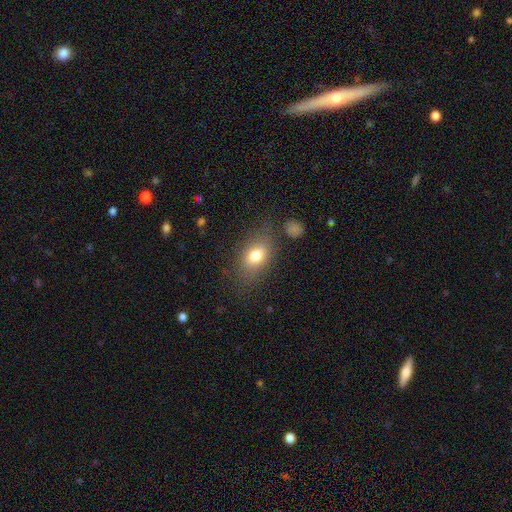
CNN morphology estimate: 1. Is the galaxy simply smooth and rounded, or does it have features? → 76% smooth, 14% featured or disk, 10% star or artifact.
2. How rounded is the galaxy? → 80% in between, 17% round, 3% cigar-shaped.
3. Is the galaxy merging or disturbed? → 74% none, 15% minor disturbance, 7% major disturbance, 4% merger.